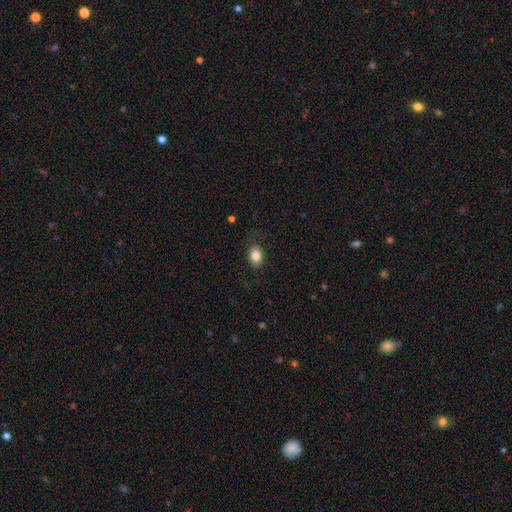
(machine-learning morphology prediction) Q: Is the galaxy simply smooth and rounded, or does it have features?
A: smooth — 83%.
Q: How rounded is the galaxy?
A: in between — 75%.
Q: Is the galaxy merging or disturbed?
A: none — 81%.